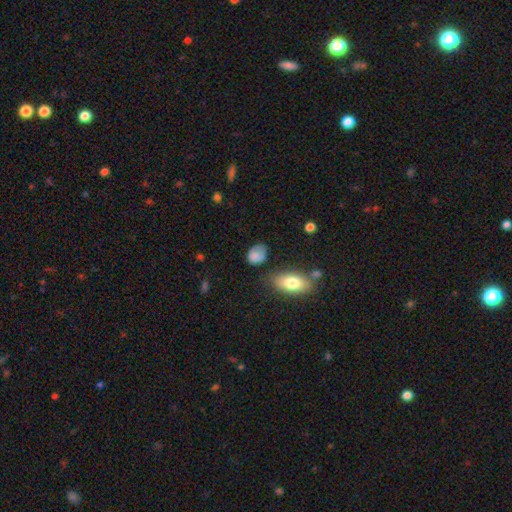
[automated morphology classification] Smooth or featured?
  - smooth: 82% *
  - star or artifact: 9%
  - featured or disk: 9%
How rounded?
  - in between: 67% *
  - round: 32%
  - cigar-shaped: 2%
Merging?
  - none: 56% *
  - minor disturbance: 30%
  - major disturbance: 10%
  - merger: 4%